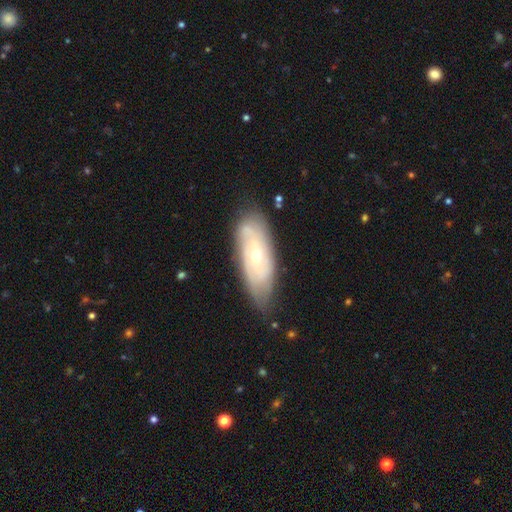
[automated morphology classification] Smooth or featured? featured or disk (67%)
Edge-on disk? no (86%)
Bar? no (78%)
Spiral arms? yes (76%)
Bulge size? small (58%)
Merging? none (72%)